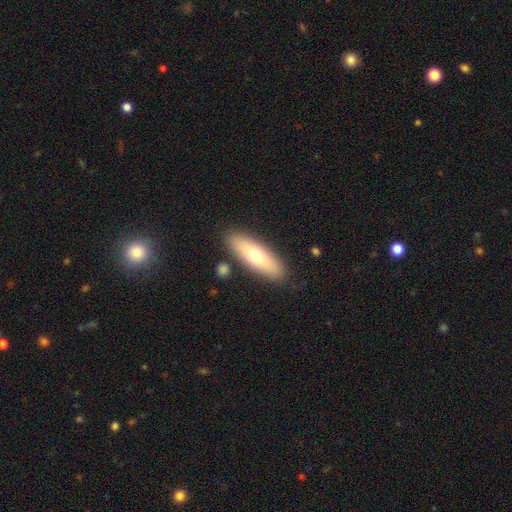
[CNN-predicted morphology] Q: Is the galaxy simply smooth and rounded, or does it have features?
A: smooth — 63%.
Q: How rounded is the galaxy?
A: in between — 55%.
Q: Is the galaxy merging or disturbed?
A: none — 86%.